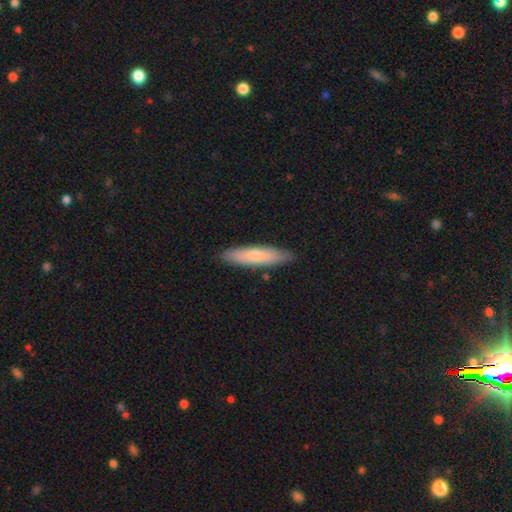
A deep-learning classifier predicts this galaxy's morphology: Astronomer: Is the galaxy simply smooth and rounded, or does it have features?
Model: smooth — 69%.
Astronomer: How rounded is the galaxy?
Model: cigar-shaped — 78%.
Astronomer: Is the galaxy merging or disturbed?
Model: none — 86%.